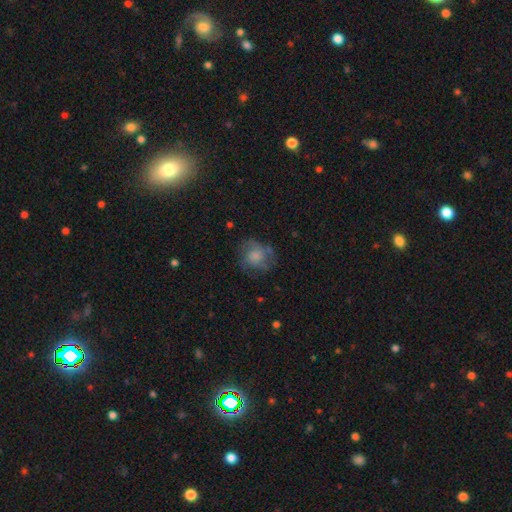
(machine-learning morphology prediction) Smooth or featured?
  - smooth: 62% *
  - featured or disk: 29%
  - star or artifact: 9%
How rounded?
  - round: 75% *
  - in between: 24%
  - cigar-shaped: 1%
Merging?
  - none: 60% *
  - minor disturbance: 22%
  - major disturbance: 16%
  - merger: 2%